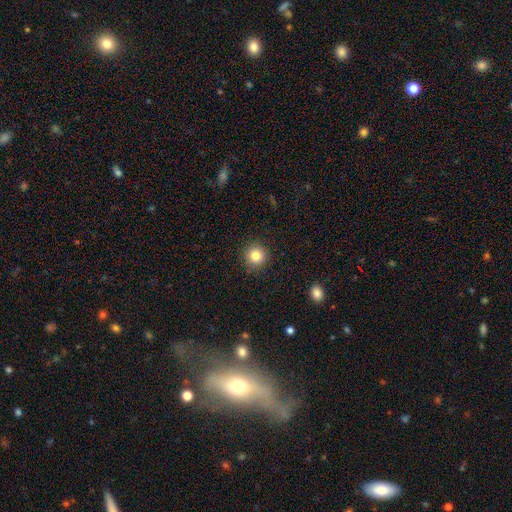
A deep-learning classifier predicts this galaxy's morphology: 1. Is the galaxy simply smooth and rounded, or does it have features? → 83% smooth, 10% star or artifact, 6% featured or disk.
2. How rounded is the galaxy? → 94% round, 5% in between, 1% cigar-shaped.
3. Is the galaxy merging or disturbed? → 90% none, 6% minor disturbance, 2% major disturbance, 1% merger.